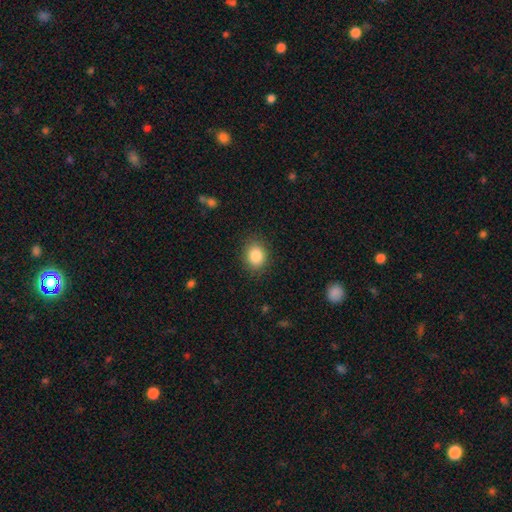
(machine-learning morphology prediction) type=smooth (86%); roundness=round (56%); merging=none (87%).